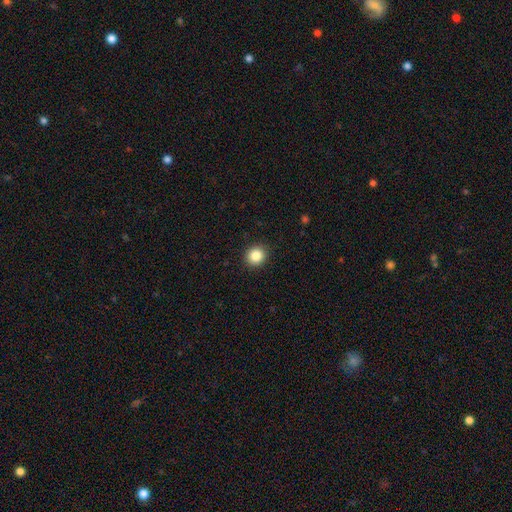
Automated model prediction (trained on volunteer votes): smooth 86%, star or artifact 10%, featured or disk 4%. Down the decision tree: how rounded — round (85%); merging — none (92%).